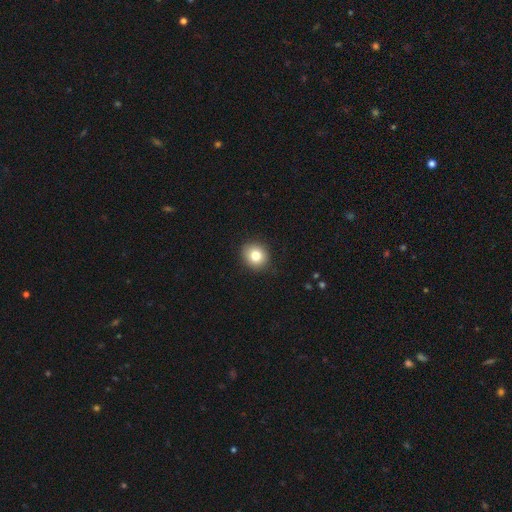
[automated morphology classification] A smooth galaxy with no disk features (81%) that is round (81%).

Vote fractions:
- Smooth or featured? smooth: 81% / star or artifact: 10% / featured or disk: 9%
- How rounded? round: 81% / in between: 18% / cigar-shaped: 1%
- Merging? none: 89% / minor disturbance: 8% / major disturbance: 2% / merger: 1%